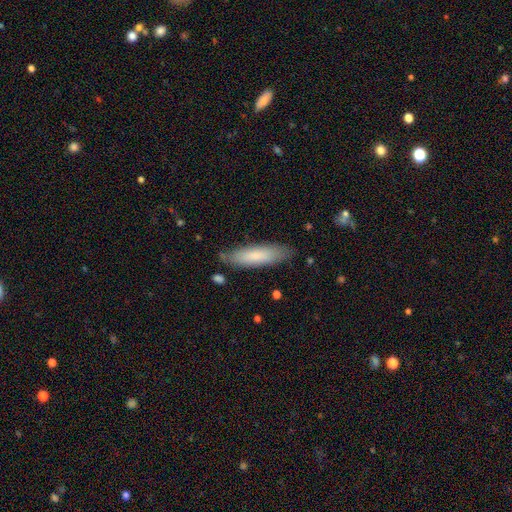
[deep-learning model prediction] Smooth or featured?
  - smooth: 79% *
  - featured or disk: 15%
  - star or artifact: 6%
How rounded?
  - cigar-shaped: 69% *
  - in between: 29%
  - round: 1%
Merging?
  - none: 81% *
  - minor disturbance: 14%
  - major disturbance: 3%
  - merger: 2%